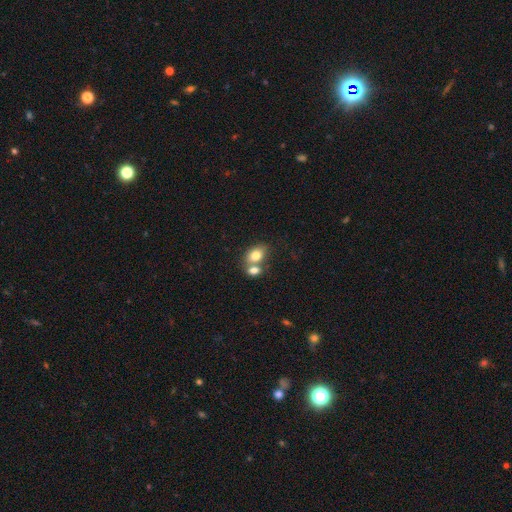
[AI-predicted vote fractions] smooth_or_featured: smooth (p=0.79) [alt: featured or disk p=0.13]
how_rounded: in between (p=0.73) [alt: round p=0.25]
merging: merger (p=0.52) [alt: none p=0.36]